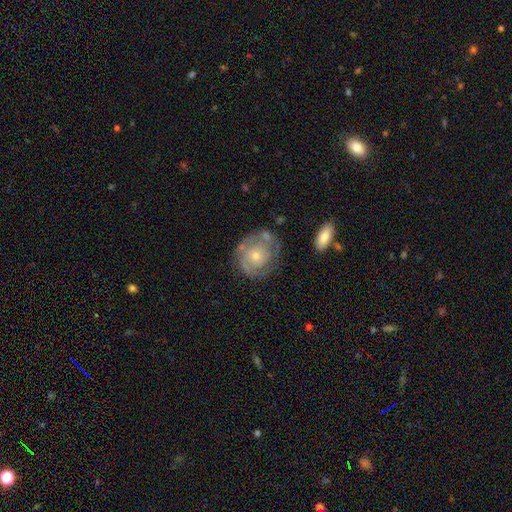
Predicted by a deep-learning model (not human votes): This appears to be a featured or disk galaxy (69%) with no bar (85%), spiral arms (74%) and a small central bulge (60%). Merging: none (65%).